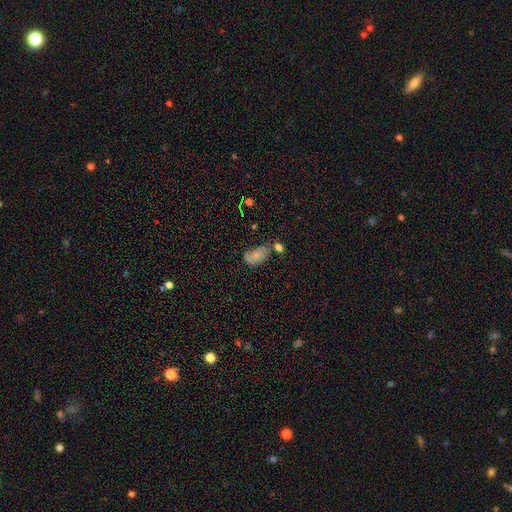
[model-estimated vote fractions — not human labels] Smooth or featured: smooth — 66% (featured or disk — 24%)
How rounded: in between — 88% (round — 10%)
Merging: none — 35% (minor disturbance — 32%)